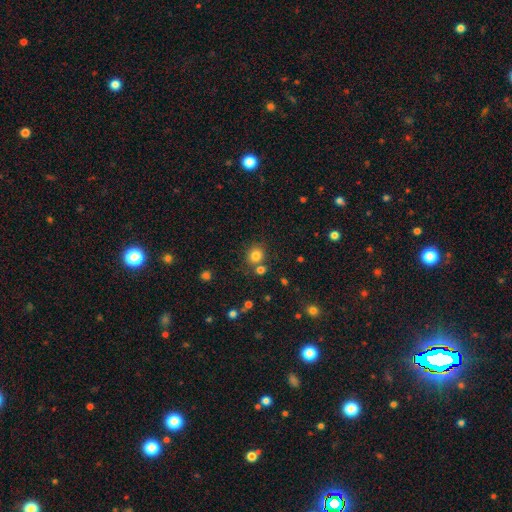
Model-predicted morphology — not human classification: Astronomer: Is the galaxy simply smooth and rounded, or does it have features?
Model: smooth — 81%.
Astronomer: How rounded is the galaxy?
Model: round — 83%.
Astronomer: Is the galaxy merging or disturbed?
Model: none — 71%.